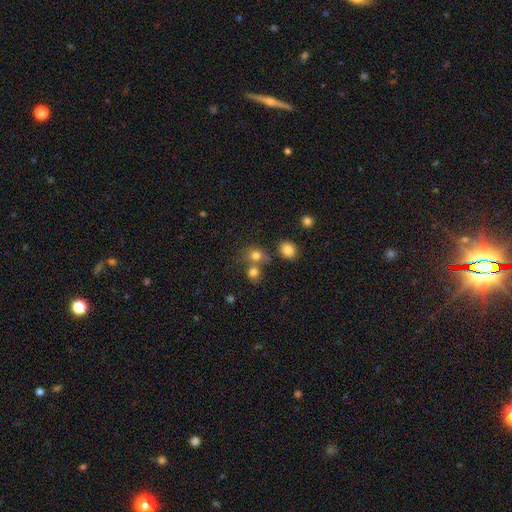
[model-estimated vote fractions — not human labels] Smooth or featured: smooth — 77% (star or artifact — 14%)
How rounded: round — 76% (in between — 23%)
Merging: none — 50% (merger — 36%)